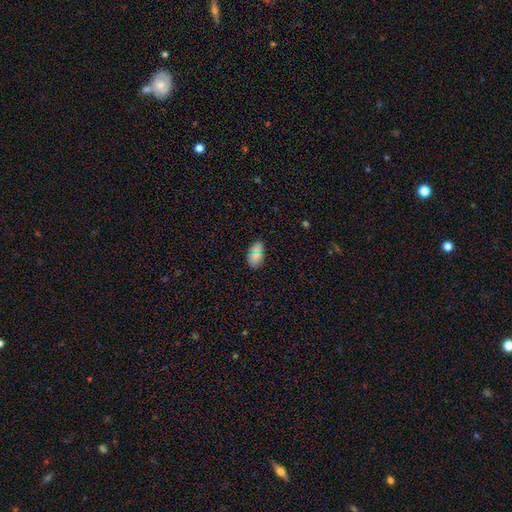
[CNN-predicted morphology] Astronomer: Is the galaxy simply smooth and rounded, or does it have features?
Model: smooth — 77%.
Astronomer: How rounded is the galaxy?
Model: in between — 90%.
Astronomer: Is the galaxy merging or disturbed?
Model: none — 87%.